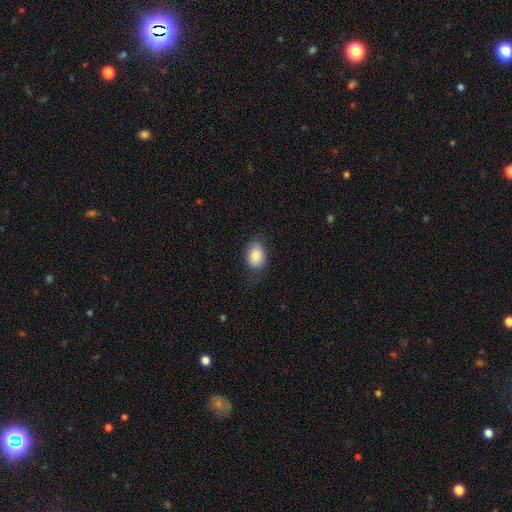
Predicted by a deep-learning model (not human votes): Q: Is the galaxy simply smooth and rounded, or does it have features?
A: smooth — 85%.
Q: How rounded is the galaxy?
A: in between — 76%.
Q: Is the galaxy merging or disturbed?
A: none — 73%.